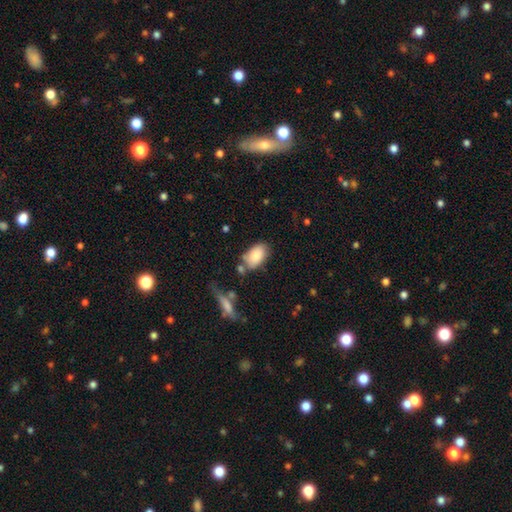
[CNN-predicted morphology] Smooth or featured? Predicted: smooth (p=0.84). How rounded? Predicted: in between (p=0.92). Merging? Predicted: none (p=0.66).